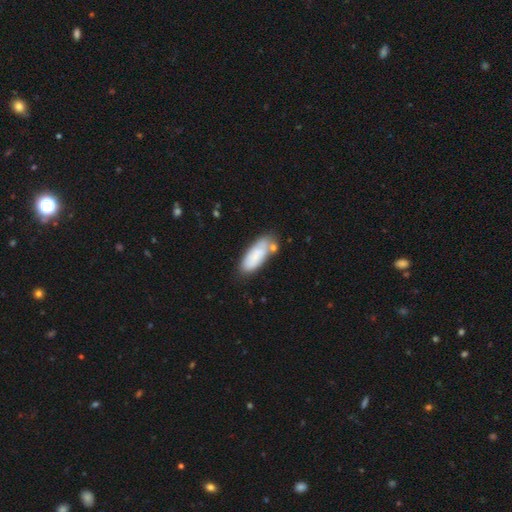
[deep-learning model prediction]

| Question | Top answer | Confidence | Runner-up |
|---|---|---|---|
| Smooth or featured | smooth | 74% | featured or disk (20%) |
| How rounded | in between | 77% | cigar-shaped (22%) |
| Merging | none | 57% | minor disturbance (22%) |